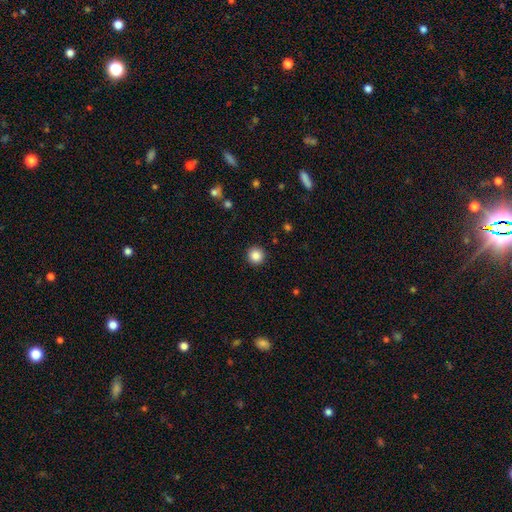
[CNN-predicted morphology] A smooth galaxy with no disk features (87%) that is round (95%). Merging: none (92%).